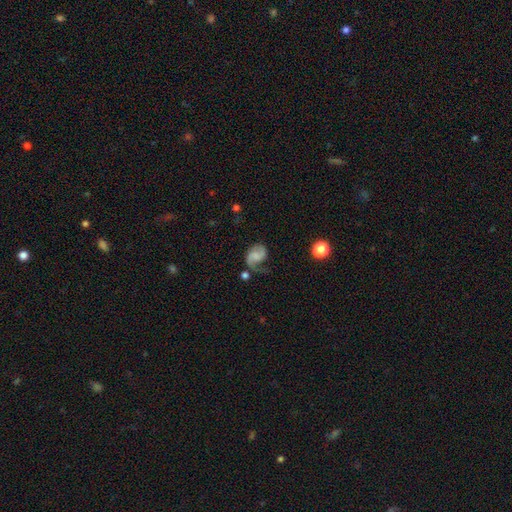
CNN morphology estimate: The model was most divided on "spiral winding": medium: 45%, loose: 36%, tight: 19%. Remaining: edge-on disk — no (98%); spiral arms — yes (94%); spiral arm count — 2 (76%); smooth or featured — featured or disk (74%); bar — no (52%); bulge size — none (50%); merging — none (49%).